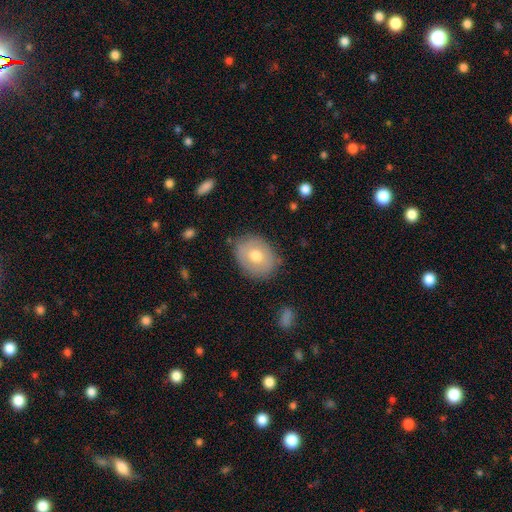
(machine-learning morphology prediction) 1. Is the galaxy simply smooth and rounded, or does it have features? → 63% smooth, 30% featured or disk, 7% star or artifact.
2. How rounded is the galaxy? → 54% in between, 45% round, 1% cigar-shaped.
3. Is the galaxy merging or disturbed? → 81% none, 14% minor disturbance, 3% major disturbance, 2% merger.